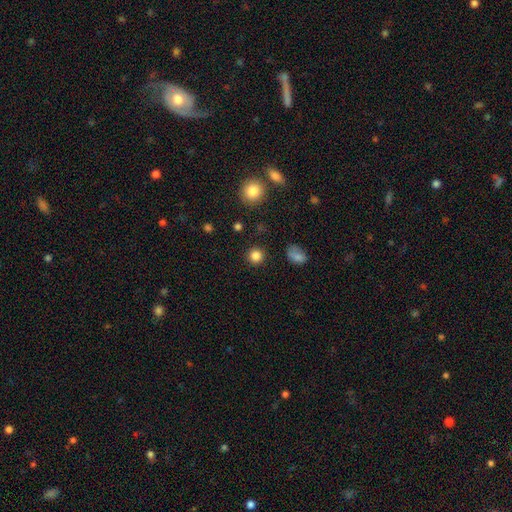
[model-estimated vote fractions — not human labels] Smooth or featured: smooth — 85% (star or artifact — 12%)
How rounded: round — 93% (in between — 6%)
Merging: none — 90% (minor disturbance — 5%)